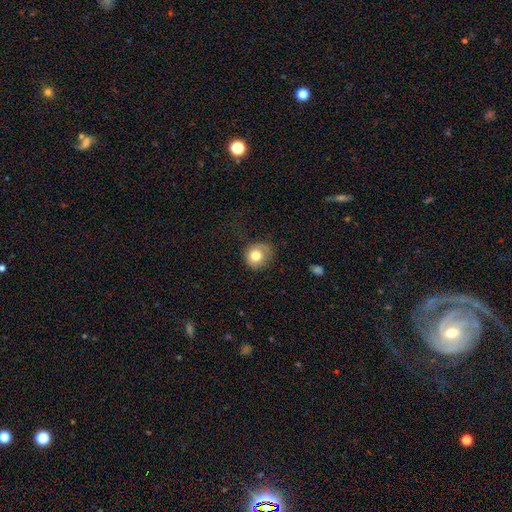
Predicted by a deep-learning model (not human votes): A smooth galaxy with no disk features (75%) that is round (77%). Merging: none (60%).